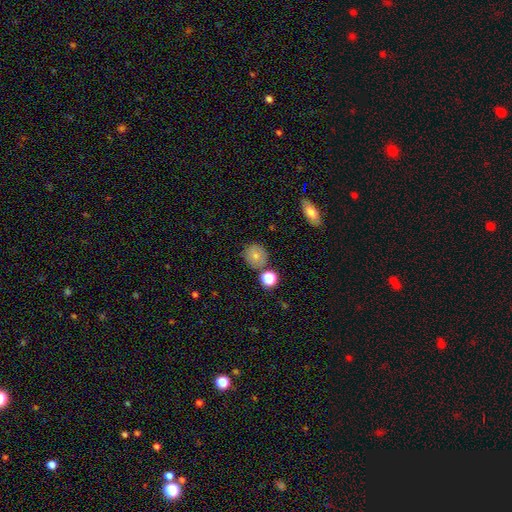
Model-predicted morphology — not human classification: Smooth or featured? Predicted: smooth (p=0.75). How rounded? Predicted: round (p=0.89). Merging? Predicted: none (p=0.77).